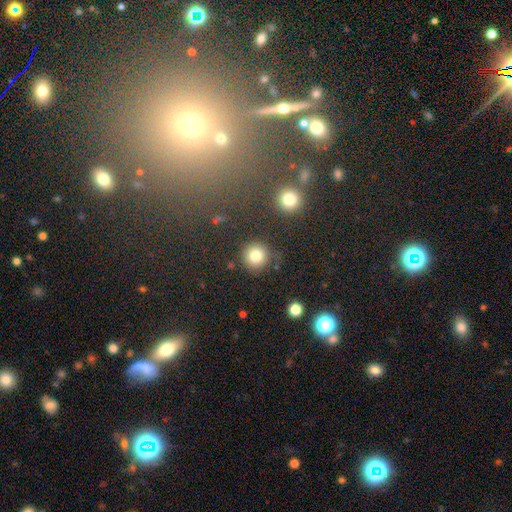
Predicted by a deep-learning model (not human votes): Smooth or featured?
  - smooth: 81% *
  - star or artifact: 12%
  - featured or disk: 6%
How rounded?
  - round: 94% *
  - in between: 5%
  - cigar-shaped: 1%
Merging?
  - none: 84% *
  - minor disturbance: 9%
  - merger: 4%
  - major disturbance: 3%